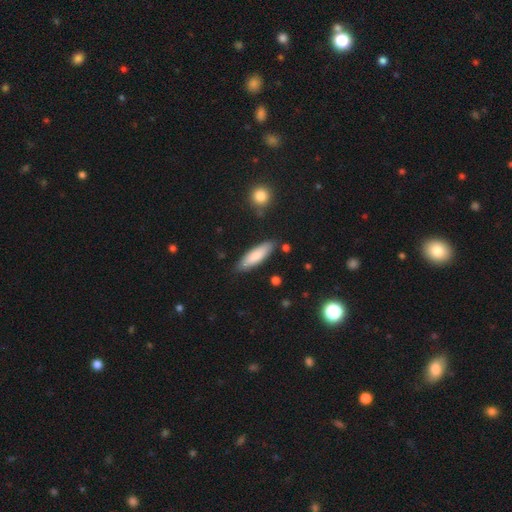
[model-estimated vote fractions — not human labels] Overall: smooth (81%). How rounded: cigar-shaped (56%; in between 42%). Merging: none (84%).